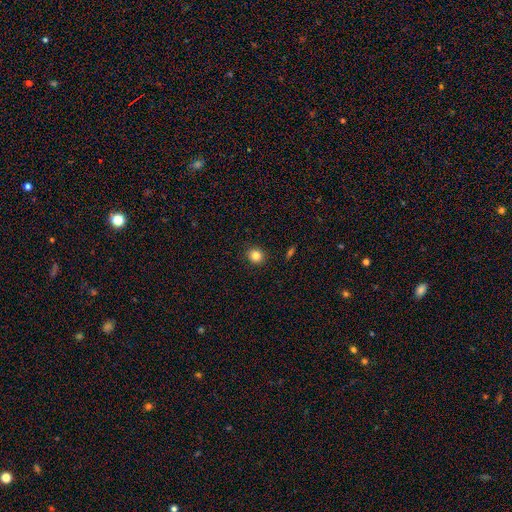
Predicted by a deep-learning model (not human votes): Smooth or featured? Predicted: smooth (p=0.83). How rounded? Predicted: round (p=0.84). Merging? Predicted: none (p=0.92).